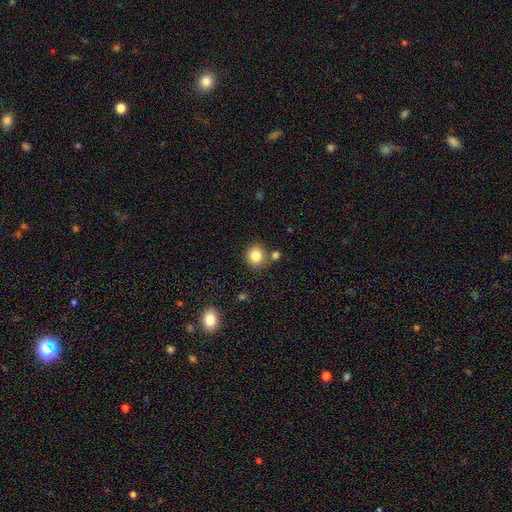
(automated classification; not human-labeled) This appears to be a smooth galaxy with no disk features (85%) that is round (82%). Merging: none (77%).